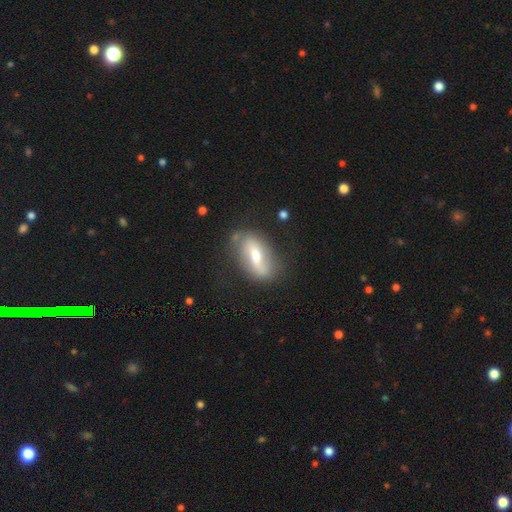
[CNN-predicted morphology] Smooth or featured? Predicted: featured or disk (p=0.67). Edge-on disk? Predicted: no (p=0.86). Bar? Predicted: strong (p=0.45). Spiral arms? Predicted: yes (p=0.74). Bulge size? Predicted: moderate (p=0.60). Merging? Predicted: none (p=0.72).